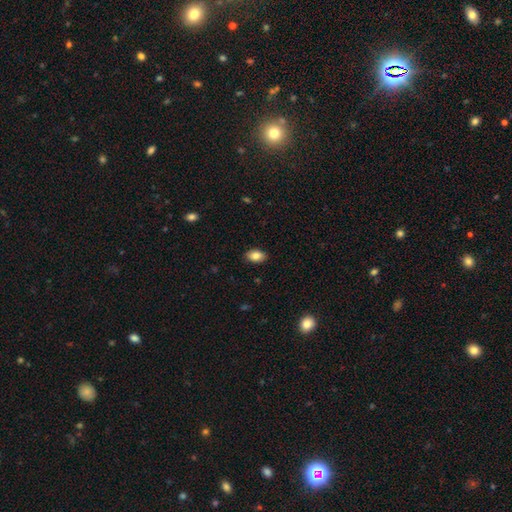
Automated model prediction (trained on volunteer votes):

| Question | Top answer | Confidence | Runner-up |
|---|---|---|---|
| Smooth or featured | smooth | 84% | star or artifact (8%) |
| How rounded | in between | 88% | round (11%) |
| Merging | none | 88% | minor disturbance (9%) |